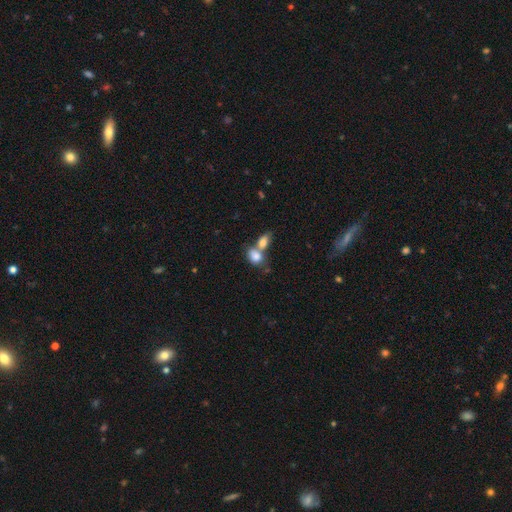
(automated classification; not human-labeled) Q: Smooth or featured?
A: smooth (81%); runner-up: featured or disk (10%)
Q: How rounded?
A: in between (76%); runner-up: round (22%)
Q: Merging?
A: merger (63%); runner-up: none (25%)